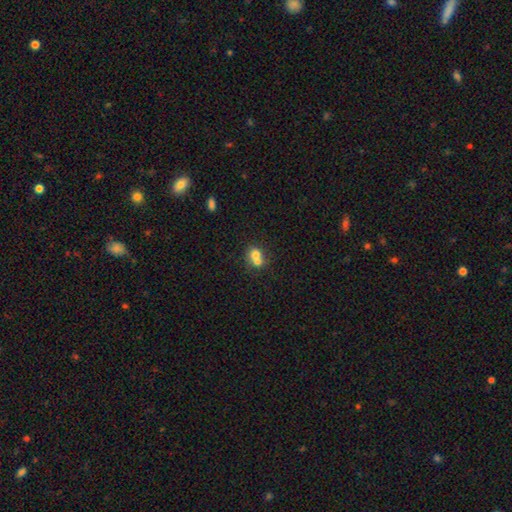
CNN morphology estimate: A smooth galaxy with no disk features (71%) that is round (72%). Merging: merger (62%).